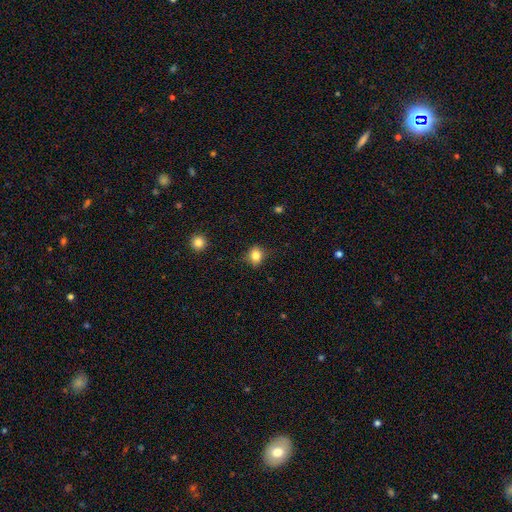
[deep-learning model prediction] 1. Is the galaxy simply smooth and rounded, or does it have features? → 81% smooth, 11% star or artifact, 7% featured or disk.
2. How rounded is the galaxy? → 69% round, 30% in between, 1% cigar-shaped.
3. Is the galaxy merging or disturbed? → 80% none, 15% minor disturbance, 4% major disturbance, 1% merger.